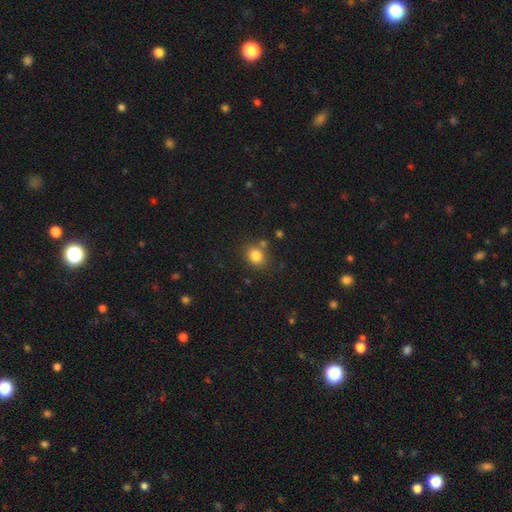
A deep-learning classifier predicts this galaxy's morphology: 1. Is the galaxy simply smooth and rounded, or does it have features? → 83% smooth, 11% star or artifact, 6% featured or disk.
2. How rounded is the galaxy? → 63% round, 36% in between, 1% cigar-shaped.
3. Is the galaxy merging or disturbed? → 74% none, 12% minor disturbance, 10% merger, 4% major disturbance.